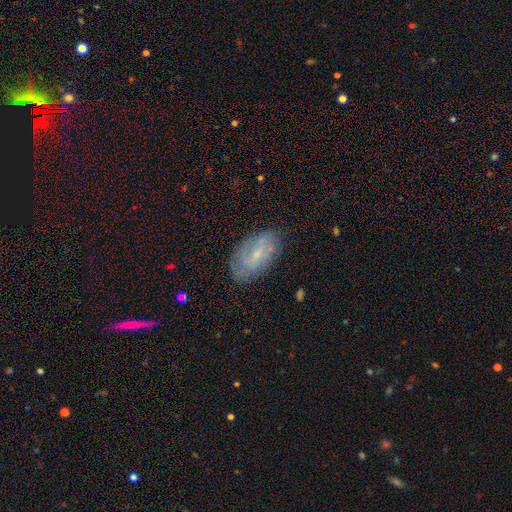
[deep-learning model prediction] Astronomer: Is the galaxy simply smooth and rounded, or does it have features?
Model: smooth — 47% (runner-up: featured or disk, 44%).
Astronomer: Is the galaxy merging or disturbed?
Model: none — 75%.